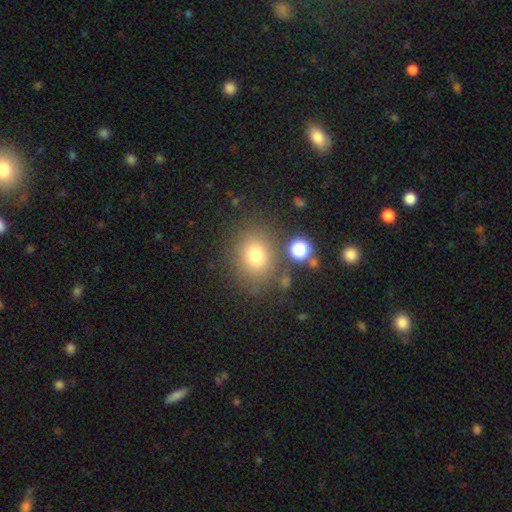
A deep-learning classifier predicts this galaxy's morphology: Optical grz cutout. It shows a smooth galaxy with no disk features (75%) that is round (58%). Merging: none (78%).